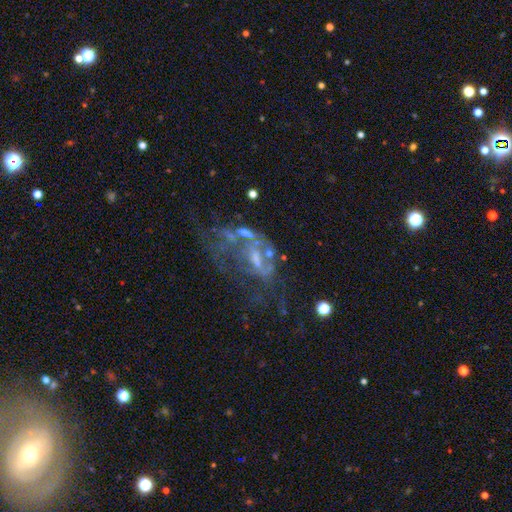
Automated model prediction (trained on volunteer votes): The model was most divided on "bulge size": small: 38%, none: 33%, moderate: 25%, large: 3%, dominant: 1%. Remaining: edge-on disk — no (96%); smooth or featured — featured or disk (66%); spiral arms — no (62%); bar — no (61%); merging — major disturbance (39%).